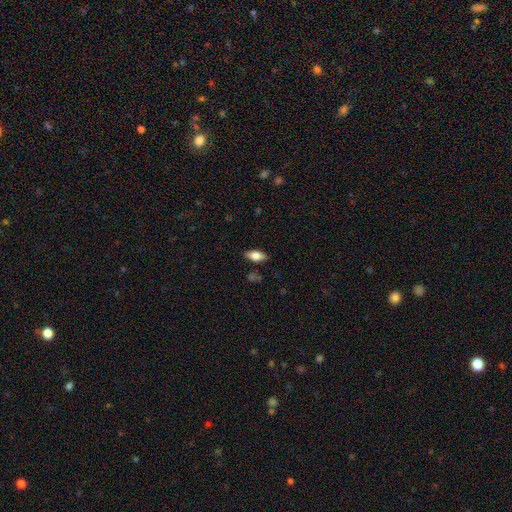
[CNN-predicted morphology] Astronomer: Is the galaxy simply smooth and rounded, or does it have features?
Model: smooth — 73%.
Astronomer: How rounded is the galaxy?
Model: in between — 87%.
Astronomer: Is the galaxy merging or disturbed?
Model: none — 85%.